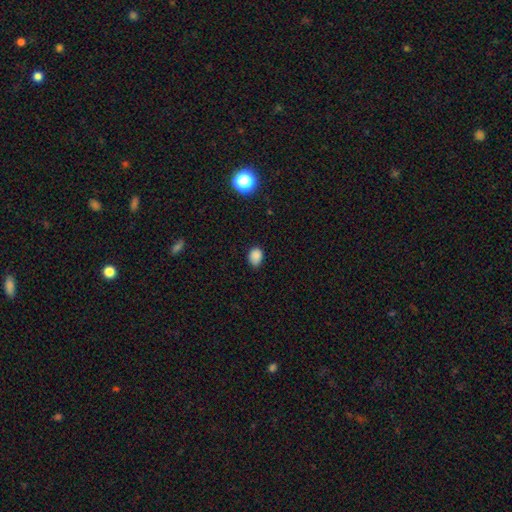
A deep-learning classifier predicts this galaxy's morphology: The model was most divided on "how rounded": in between: 64%, round: 35%, cigar-shaped: 1%. More confident: smooth or featured — smooth (85%); merging — none (76%).